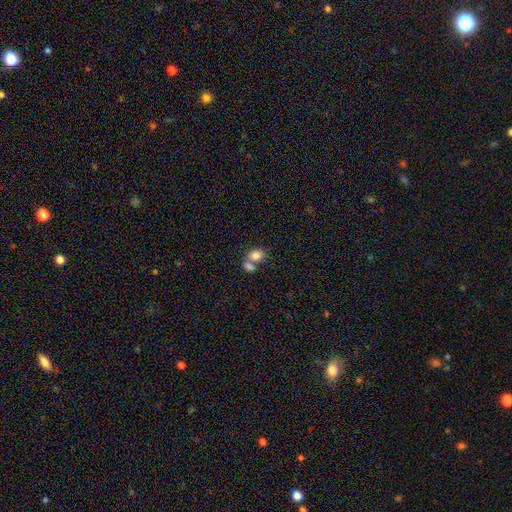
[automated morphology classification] Smooth or featured? Predicted: smooth (p=0.82). How rounded? Predicted: in between (p=0.64). Merging? Predicted: merger (p=0.54).